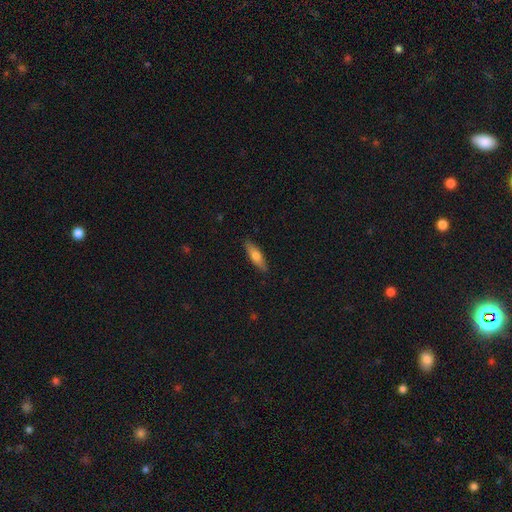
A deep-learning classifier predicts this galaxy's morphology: Q: Smooth or featured?
A: smooth (64%); runner-up: featured or disk (30%)
Q: How rounded?
A: cigar-shaped (56%); runner-up: in between (42%)
Q: Merging?
A: none (89%); runner-up: minor disturbance (8%)